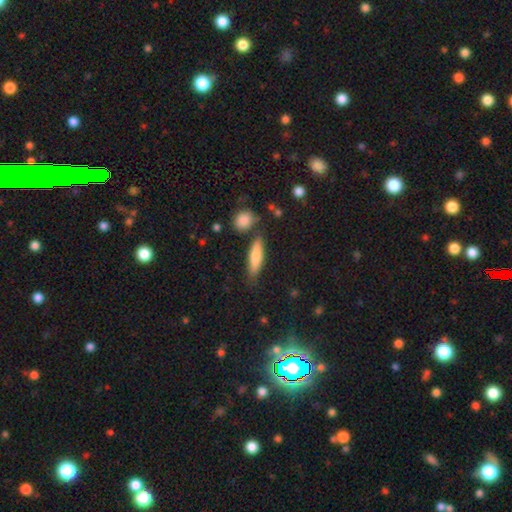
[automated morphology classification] smooth_or_featured: smooth (p=0.75) [alt: featured or disk p=0.18]
how_rounded: cigar-shaped (p=0.68) [alt: in between p=0.30]
merging: none (p=0.80) [alt: minor disturbance p=0.12]